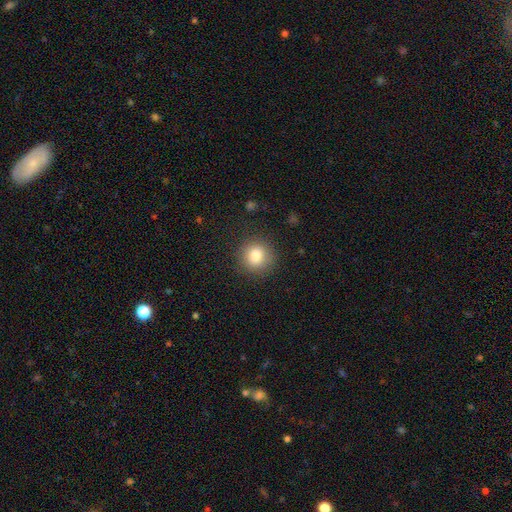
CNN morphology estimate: The model was most divided on "smooth or featured": smooth: 82%, star or artifact: 10%, featured or disk: 8%. More confident: how rounded — round (91%); merging — none (88%).